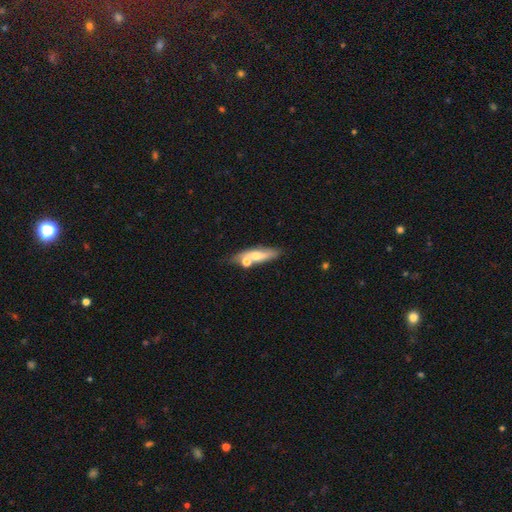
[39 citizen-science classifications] A smooth galaxy with no disk features (49%) that is in between round and cigar-shaped (58%). Merging: none (57%).